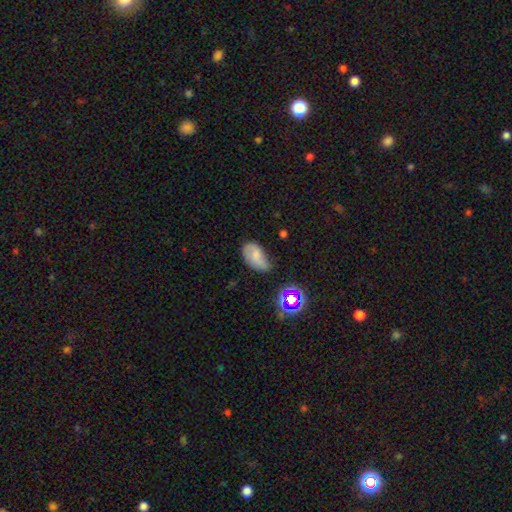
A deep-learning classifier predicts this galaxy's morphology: smooth 59%, featured or disk 28%, star or artifact 13%. Down the decision tree: how rounded — in between (89%); merging — none (42%).